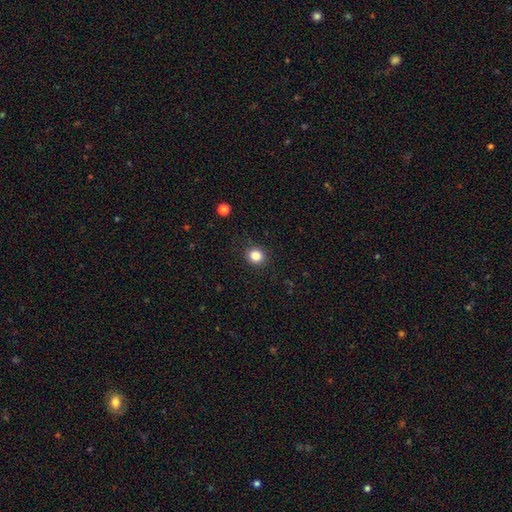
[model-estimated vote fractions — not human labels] Smooth or featured?
  - smooth: 84% *
  - star or artifact: 11%
  - featured or disk: 5%
How rounded?
  - round: 82% *
  - in between: 17%
  - cigar-shaped: 1%
Merging?
  - none: 90% *
  - minor disturbance: 7%
  - major disturbance: 2%
  - merger: 1%